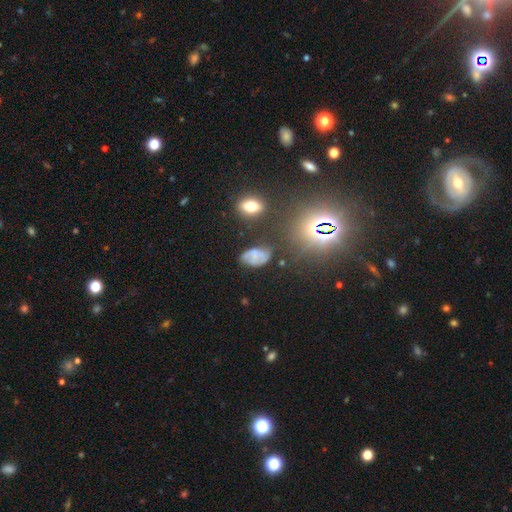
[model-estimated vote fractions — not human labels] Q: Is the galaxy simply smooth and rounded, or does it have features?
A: featured or disk — 47%.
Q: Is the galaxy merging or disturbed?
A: none — 54%.